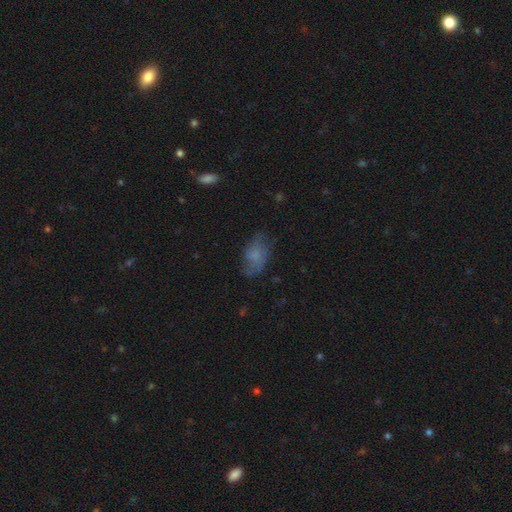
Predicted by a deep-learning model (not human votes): The model was most divided on "smooth or featured": smooth: 61%, featured or disk: 28%, star or artifact: 11%. More confident: how rounded — in between (90%); merging — none (60%).